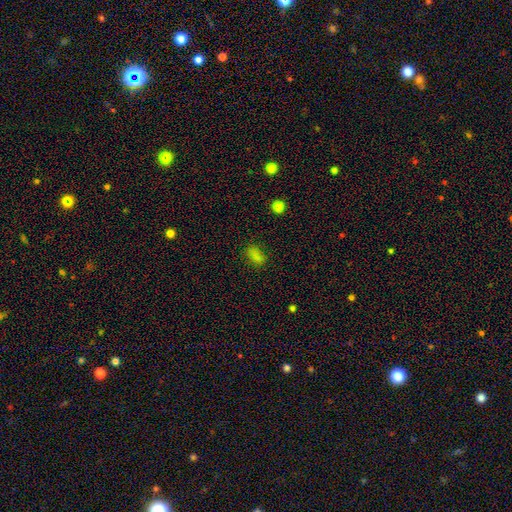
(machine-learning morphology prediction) smooth_or_featured: smooth (p=0.77) [alt: star or artifact p=0.18]
how_rounded: in between (p=0.86) [alt: round p=0.09]
merging: none (p=0.76) [alt: minor disturbance p=0.17]